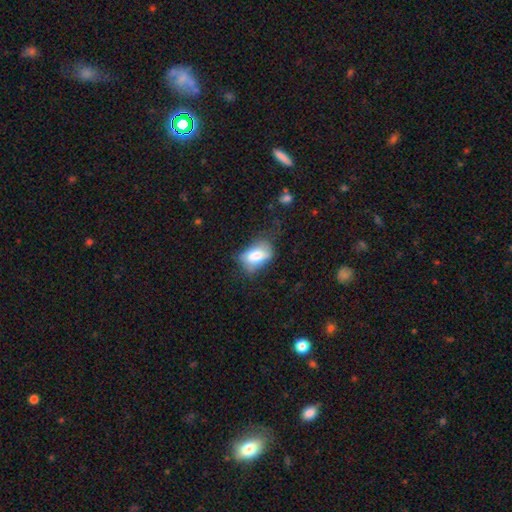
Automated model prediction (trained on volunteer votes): smooth 70%, featured or disk 21%, star or artifact 9%. Down the decision tree: how rounded — in between (85%); merging — none (46%).